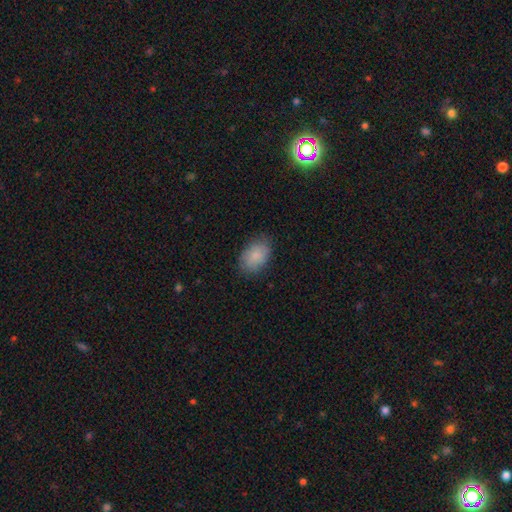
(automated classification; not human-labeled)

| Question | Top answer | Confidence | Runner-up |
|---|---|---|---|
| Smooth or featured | smooth | 86% | featured or disk (8%) |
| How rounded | in between | 87% | round (12%) |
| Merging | none | 80% | minor disturbance (15%) |